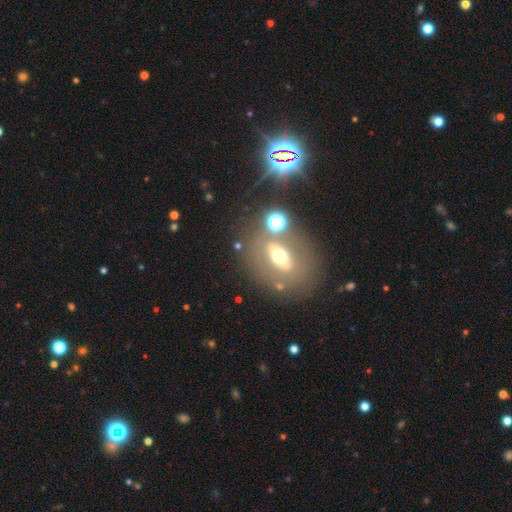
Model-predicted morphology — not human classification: Smooth or featured? Predicted: featured or disk (p=0.41). Merging? Predicted: none (p=0.67).